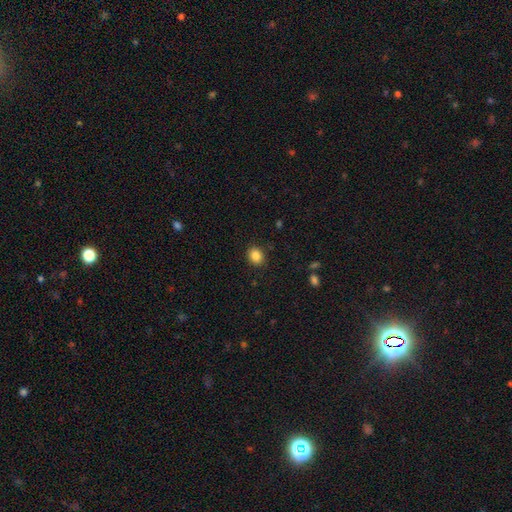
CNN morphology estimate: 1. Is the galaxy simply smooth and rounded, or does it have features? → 85% smooth, 10% star or artifact, 5% featured or disk.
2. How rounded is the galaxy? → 58% round, 41% in between, 1% cigar-shaped.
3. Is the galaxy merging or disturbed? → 89% none, 8% minor disturbance, 2% major disturbance, 1% merger.